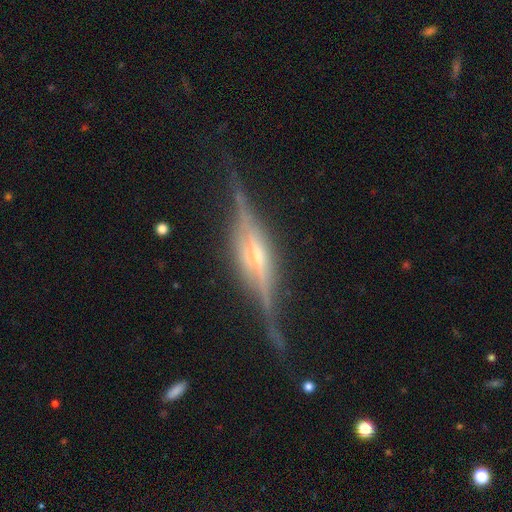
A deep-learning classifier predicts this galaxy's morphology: smooth-or-featured: featured or disk: 89% | star or artifact: 6% | smooth: 5%
  disk-edge-on: yes: 97% | no: 3%
    edge-on-bulge: rounded: 61% | boxy: 33% | none: 7%
  merging: none: 82% | minor disturbance: 13% | major disturbance: 4% | merger: 2%